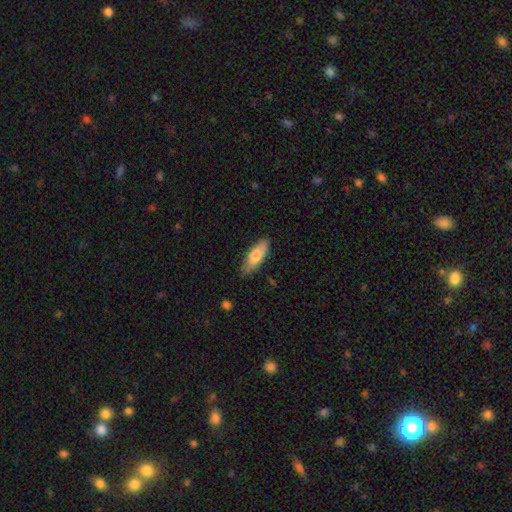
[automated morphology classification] This appears to be a smooth galaxy with no disk features (77%) that is in between round and cigar-shaped (67%). Merging: none (81%).